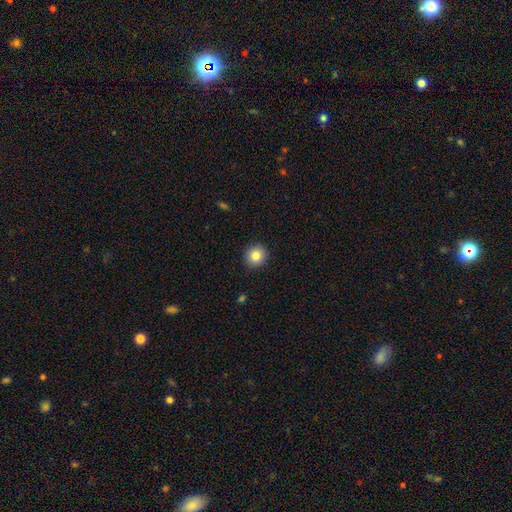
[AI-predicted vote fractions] A smooth galaxy with no disk features (83%) that is round (90%). Merging: none (92%).